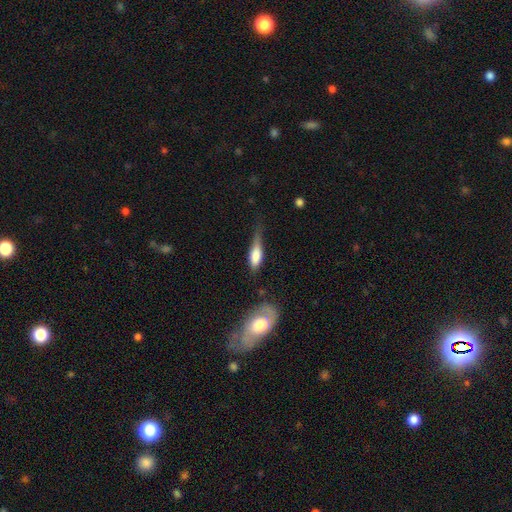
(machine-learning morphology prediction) This appears to be a smooth galaxy with no disk features (70%) that is in between round and cigar-shaped (56%). Merging: minor disturbance (40%).